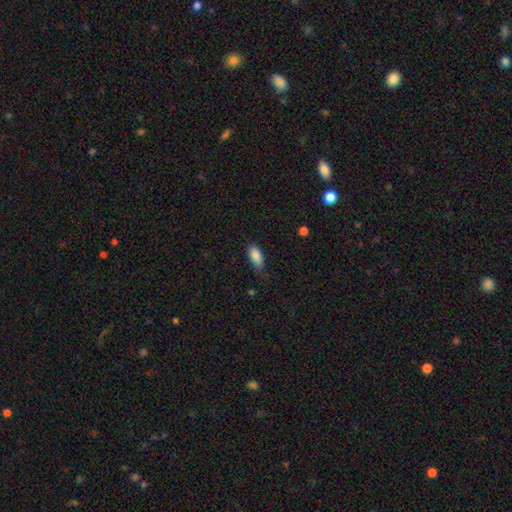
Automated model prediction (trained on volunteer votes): Morphology: type=smooth (87%); roundness=in between (88%); merging=none (64%).